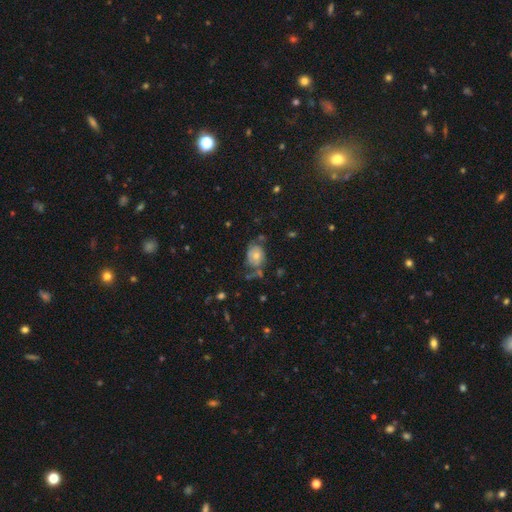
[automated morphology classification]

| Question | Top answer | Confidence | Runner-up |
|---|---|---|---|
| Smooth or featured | smooth | 51% | featured or disk (37%) |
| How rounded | in between | 61% | round (38%) |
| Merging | none | 47% | minor disturbance (27%) |